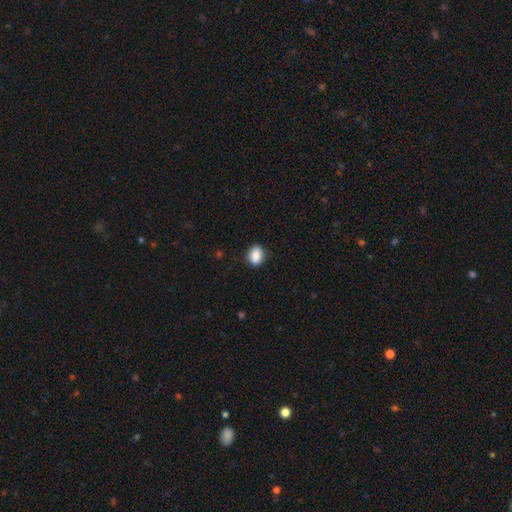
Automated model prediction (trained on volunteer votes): Overall: smooth (89%). How rounded: in between (73%). Merging: none (87%).